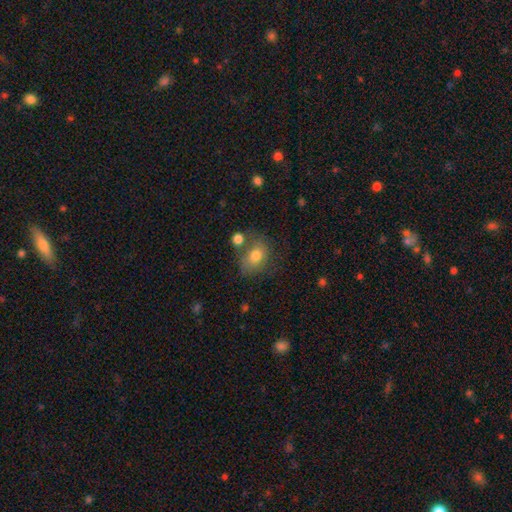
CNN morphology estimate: type=smooth (75%); roundness=in between (55%); merging=none (50%).